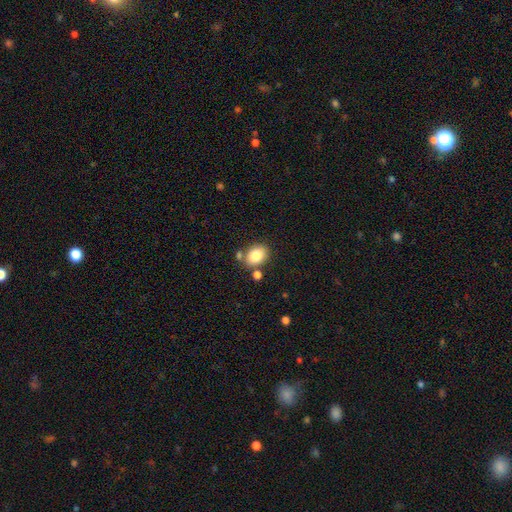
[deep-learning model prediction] Smooth or featured: smooth — 83% (star or artifact — 9%)
How rounded: in between — 68% (round — 31%)
Merging: none — 70% (minor disturbance — 13%)